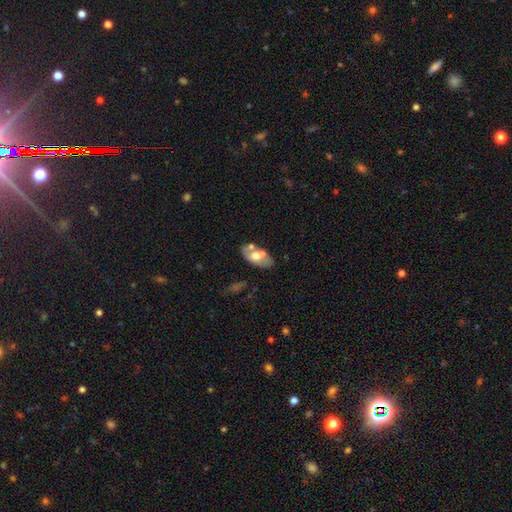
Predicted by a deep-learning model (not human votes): This is possibly a smooth galaxy (53%). How rounded: clearly in between (92%). Merging: possibly none (52%).